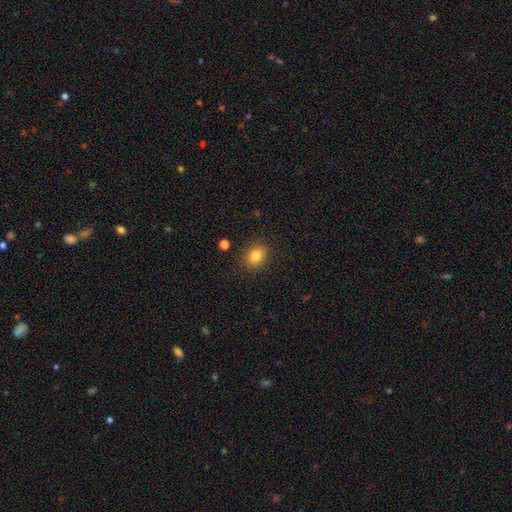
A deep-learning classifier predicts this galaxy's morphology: A smooth galaxy with no disk features (82%) that is in between round and cigar-shaped (55%).

Vote fractions:
- Smooth or featured? smooth: 82% / star or artifact: 10% / featured or disk: 8%
- How rounded? in between: 55% / round: 44% / cigar-shaped: 1%
- Merging? none: 86% / minor disturbance: 9% / major disturbance: 3% / merger: 2%